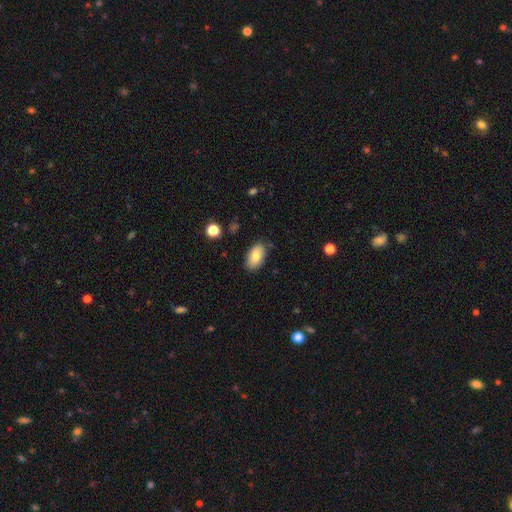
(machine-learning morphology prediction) Smooth or featured? smooth (78%)
How rounded? in between (94%)
Merging? none (83%)